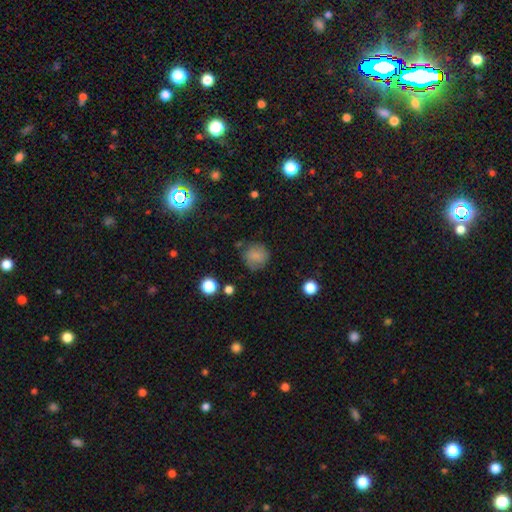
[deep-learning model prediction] Morphology: type=smooth (77%); roundness=round (88%); merging=none (72%).